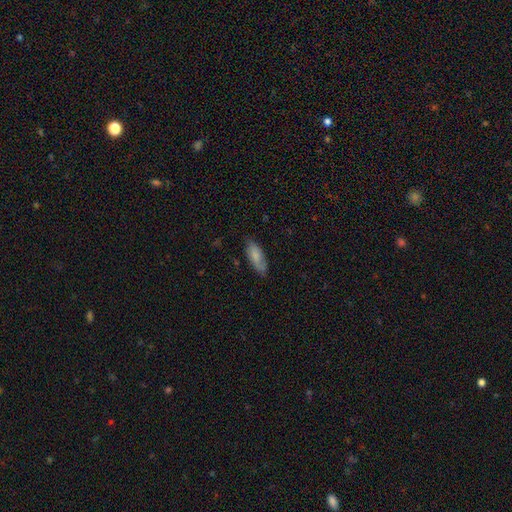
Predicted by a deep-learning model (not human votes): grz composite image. It shows a smooth galaxy with no disk features (76%) that is in between round and cigar-shaped (72%). Merging: none (74%).